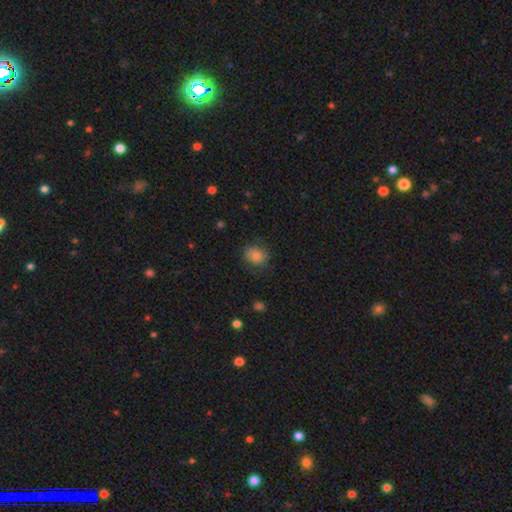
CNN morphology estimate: A smooth galaxy with no disk features (75%) that is round (73%).

Vote fractions:
- Smooth or featured? smooth: 75% / featured or disk: 14% / star or artifact: 11%
- How rounded? round: 73% / in between: 26% / cigar-shaped: 1%
- Merging? none: 70% / minor disturbance: 21% / major disturbance: 8% / merger: 1%